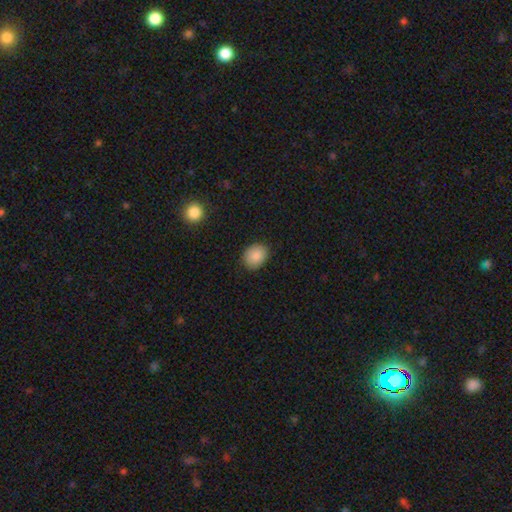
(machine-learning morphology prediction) The model was most divided on "how rounded": in between: 50%, round: 49%, cigar-shaped: 1%. More confident: merging — none (86%); smooth or featured — smooth (86%).